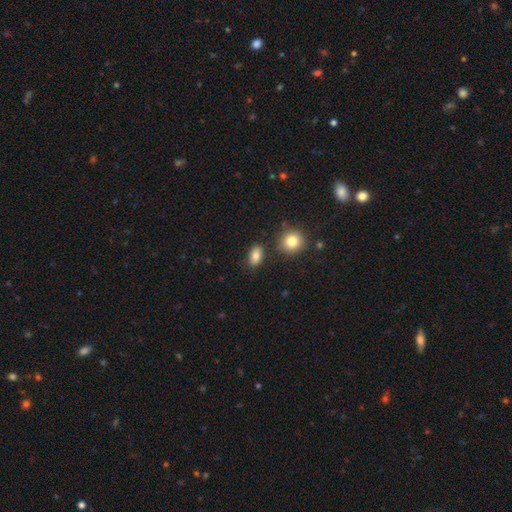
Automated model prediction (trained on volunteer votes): A smooth galaxy with no disk features (82%) that is in between round and cigar-shaped (84%).

Vote fractions:
- Smooth or featured? smooth: 82% / star or artifact: 9% / featured or disk: 9%
- How rounded? in between: 84% / round: 14% / cigar-shaped: 2%
- Merging? none: 81% / minor disturbance: 11% / merger: 5% / major disturbance: 3%